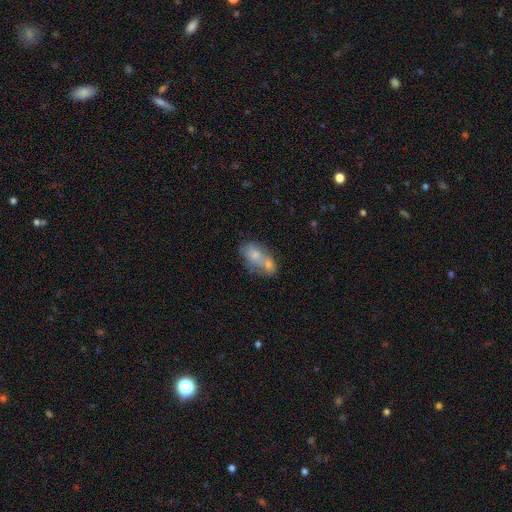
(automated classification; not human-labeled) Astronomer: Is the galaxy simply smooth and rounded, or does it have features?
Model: smooth — 67%.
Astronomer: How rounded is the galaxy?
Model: in between — 80%.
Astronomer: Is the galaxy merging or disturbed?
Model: merger — 63%.